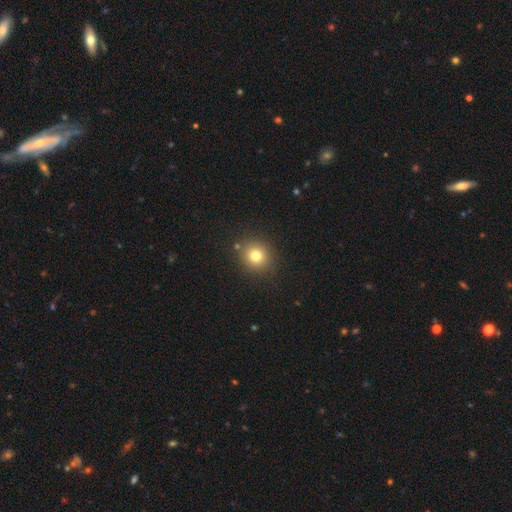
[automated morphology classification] Q: Smooth or featured?
A: smooth (78%); runner-up: star or artifact (13%)
Q: How rounded?
A: round (86%); runner-up: in between (14%)
Q: Merging?
A: none (86%); runner-up: minor disturbance (8%)